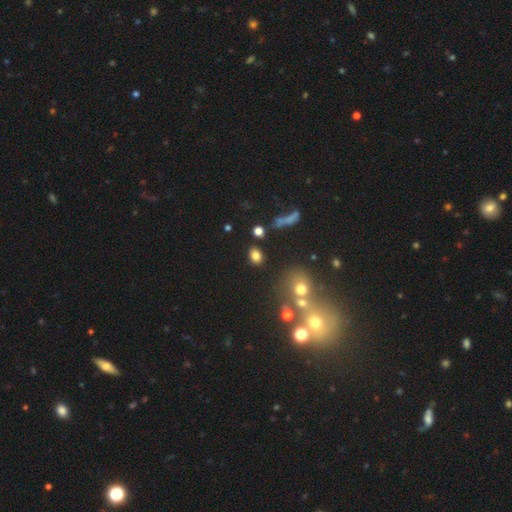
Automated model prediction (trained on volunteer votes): Smooth or featured? Predicted: smooth (p=0.78). How rounded? Predicted: in between (p=0.65). Merging? Predicted: none (p=0.79).